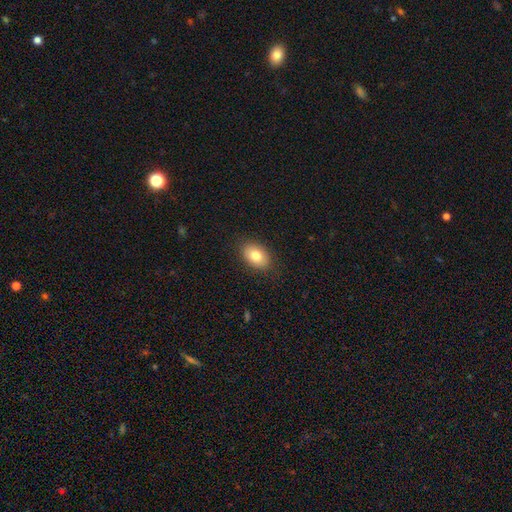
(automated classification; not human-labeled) The model was most divided on "smooth or featured": smooth: 81%, featured or disk: 11%, star or artifact: 8%. More confident: merging — none (86%); how rounded — in between (86%).